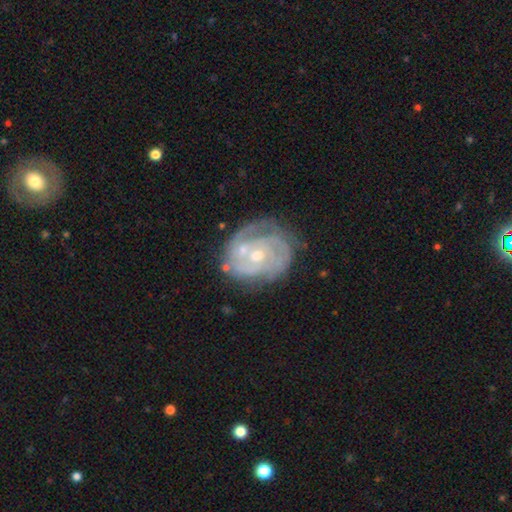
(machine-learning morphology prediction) featured or disk 84%, smooth 10%, star or artifact 6%. Down the decision tree: edge-on disk — no (98%); bar — no (71%); spiral arms — yes (91%); spiral arm count — can't tell (32%); spiral winding — tight (67%); bulge size — moderate (54%); merging — none (61%).